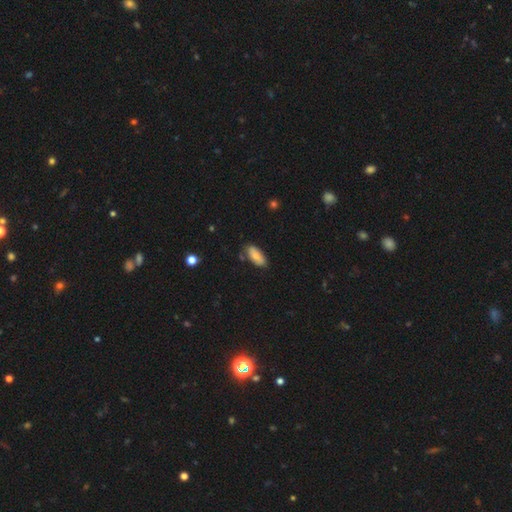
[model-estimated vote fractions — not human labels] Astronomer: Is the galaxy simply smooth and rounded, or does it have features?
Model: smooth — 80%.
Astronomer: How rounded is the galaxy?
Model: in between — 84%.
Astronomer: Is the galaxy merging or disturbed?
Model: none — 77%.